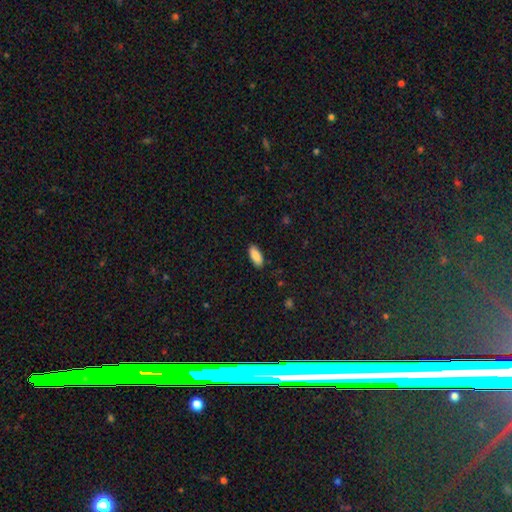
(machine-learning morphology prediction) This appears to be a smooth galaxy with no disk features (88%) that is in between round and cigar-shaped (85%). Merging: none (88%).